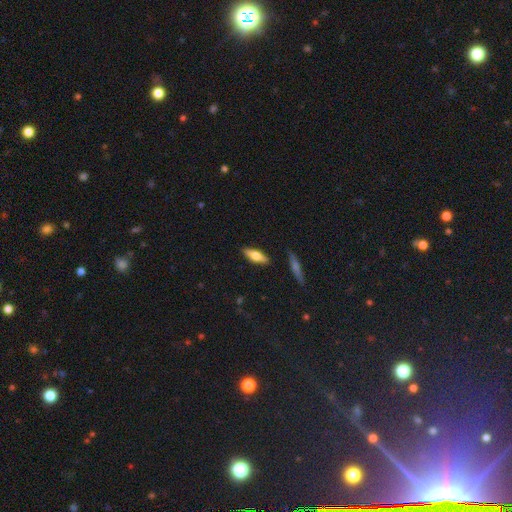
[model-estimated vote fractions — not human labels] Smooth or featured: smooth — 55% (featured or disk — 39%)
How rounded: in between — 53% (cigar-shaped — 45%)
Merging: none — 87% (minor disturbance — 9%)